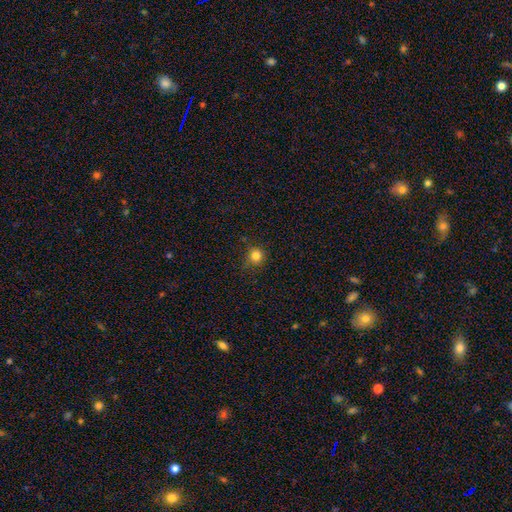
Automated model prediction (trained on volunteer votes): This appears to be a smooth galaxy with no disk features (81%) that is round (92%). Merging: none (78%).